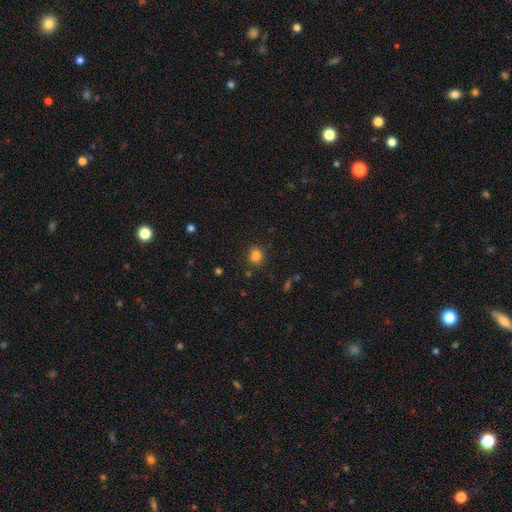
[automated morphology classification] This is clearly a smooth galaxy (83%). How rounded: likely round (77%). Merging: clearly none (84%).